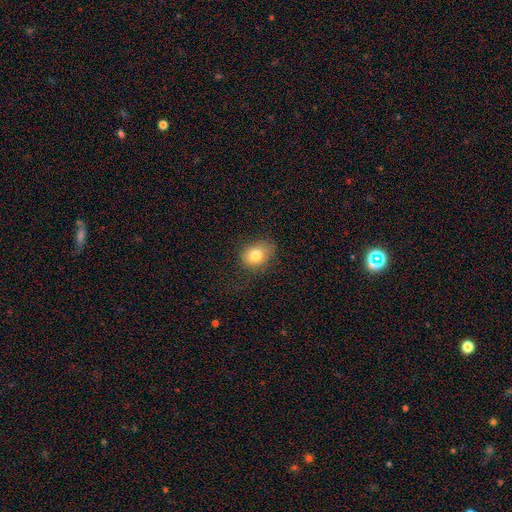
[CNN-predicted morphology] Q: Smooth or featured?
A: smooth (79%); runner-up: featured or disk (11%)
Q: How rounded?
A: in between (56%); runner-up: round (43%)
Q: Merging?
A: none (66%); runner-up: minor disturbance (22%)